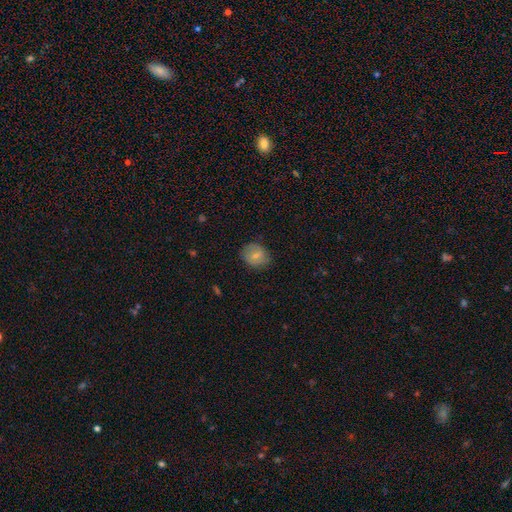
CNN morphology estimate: type=smooth (69%); roundness=round (60%); merging=none (78%).